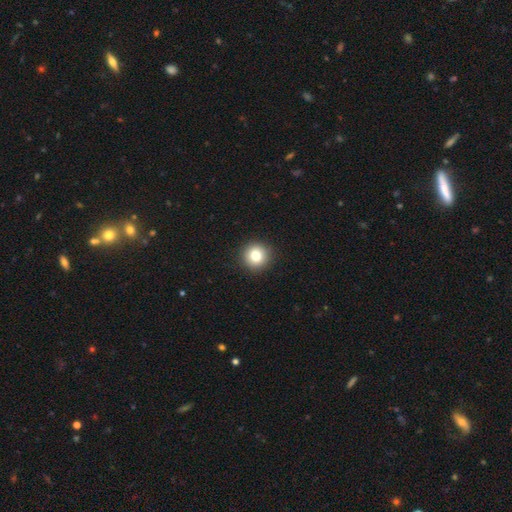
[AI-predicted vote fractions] The model was most divided on "smooth or featured": smooth: 80%, star or artifact: 11%, featured or disk: 9%. More confident: how rounded — round (94%); merging — none (93%).